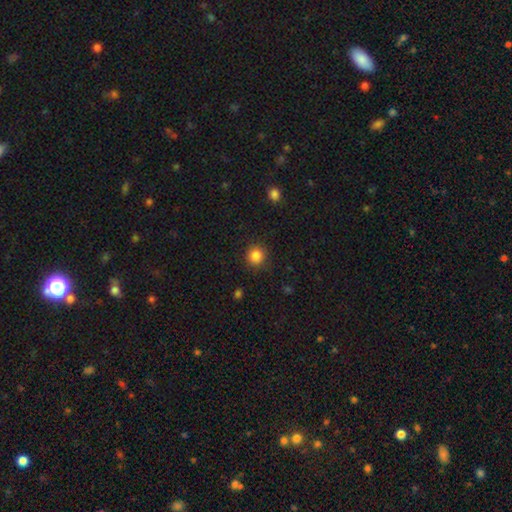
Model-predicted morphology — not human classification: type=smooth (85%); roundness=round (92%); merging=none (90%).